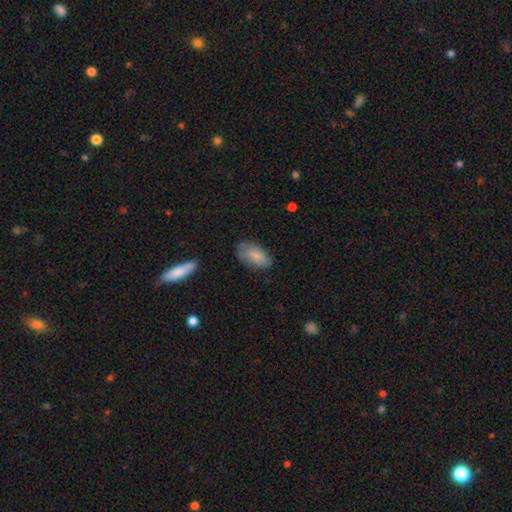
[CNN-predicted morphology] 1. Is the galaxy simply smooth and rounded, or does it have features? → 79% smooth, 15% featured or disk, 6% star or artifact.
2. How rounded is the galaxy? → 93% in between, 4% round, 3% cigar-shaped.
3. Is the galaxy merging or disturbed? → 70% none, 22% minor disturbance, 6% major disturbance, 2% merger.